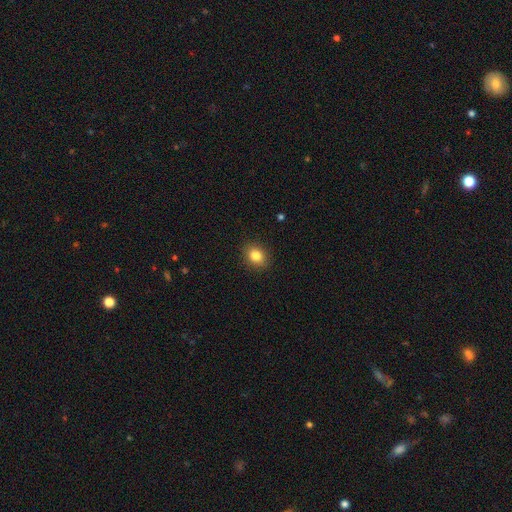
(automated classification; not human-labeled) The model was most divided on "how rounded": in between: 50%, round: 49%, cigar-shaped: 1%. More confident: merging — none (89%); smooth or featured — smooth (84%).